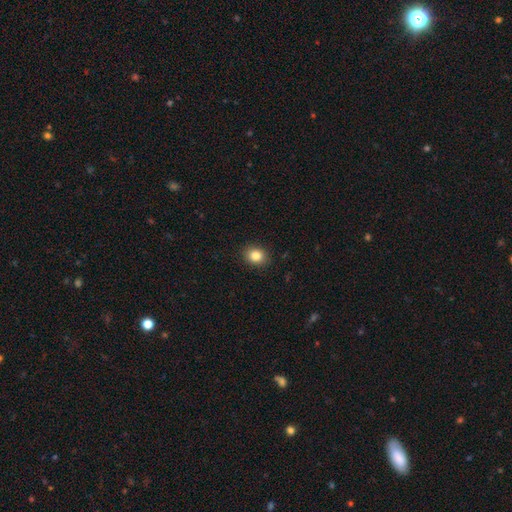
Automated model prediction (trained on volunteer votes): smooth-or-featured: smooth: 85% | star or artifact: 10% | featured or disk: 5%
  how-rounded: round: 60% | in between: 39% | cigar-shaped: 1%
  merging: none: 90% | minor disturbance: 7% | major disturbance: 2% | merger: 1%